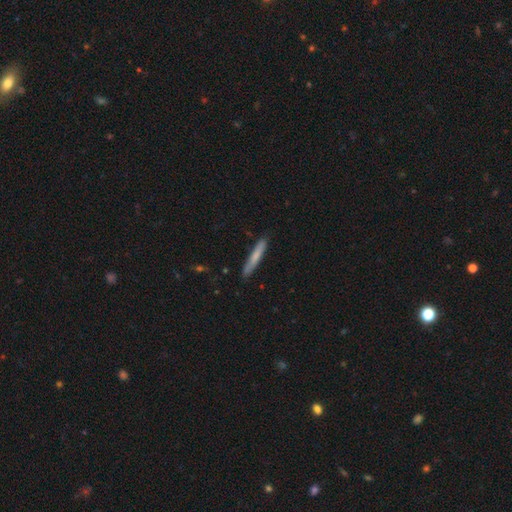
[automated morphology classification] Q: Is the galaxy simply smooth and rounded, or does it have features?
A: smooth — 71%.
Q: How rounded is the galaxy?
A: cigar-shaped — 95%.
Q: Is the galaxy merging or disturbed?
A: none — 85%.